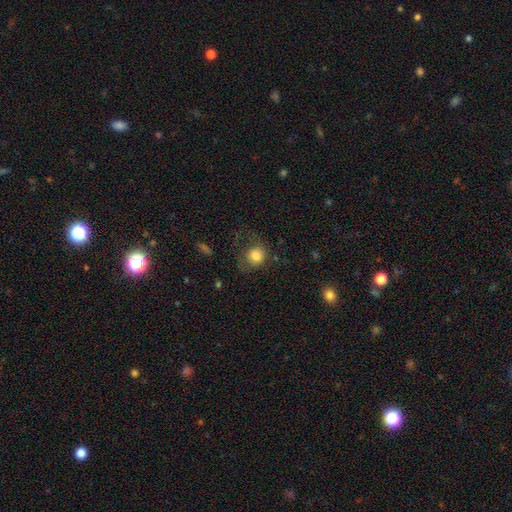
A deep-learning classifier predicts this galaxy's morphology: This is clearly a smooth galaxy (81%). How rounded: likely round (77%). Merging: possibly none (49%).